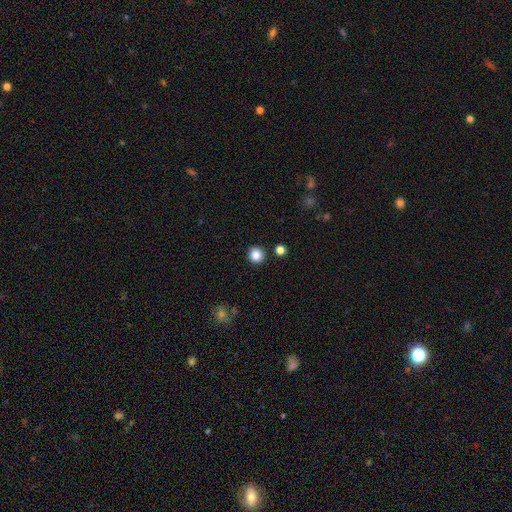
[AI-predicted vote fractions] Overall: smooth (86%). How rounded: round (93%). Merging: none (90%).